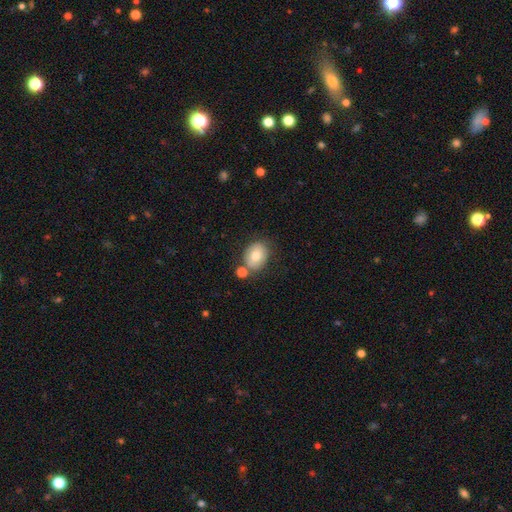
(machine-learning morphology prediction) Q: Smooth or featured?
A: smooth (77%); runner-up: featured or disk (14%)
Q: How rounded?
A: in between (62%); runner-up: round (37%)
Q: Merging?
A: none (67%); runner-up: minor disturbance (15%)